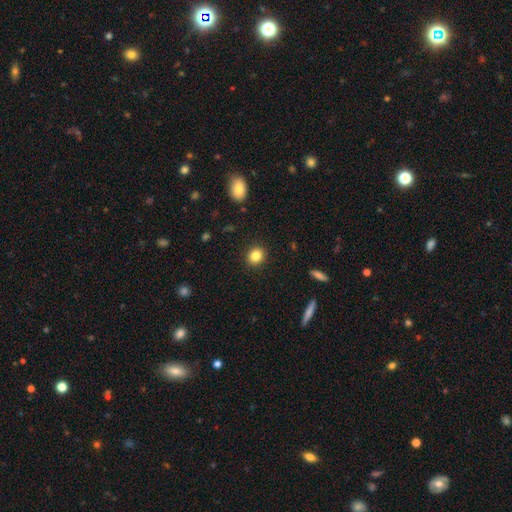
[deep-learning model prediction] Smooth or featured? smooth (84%)
How rounded? round (72%)
Merging? none (91%)